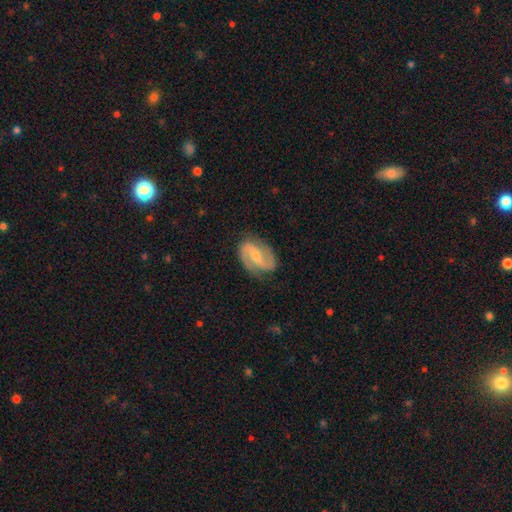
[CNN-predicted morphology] type=featured or disk (84%); edge-on=no (97%); bar=weak (44%); spiral arms=yes (96%); winding=medium (48%); arm count=2 (92%); bulge=small (53%); merging=none (81%).